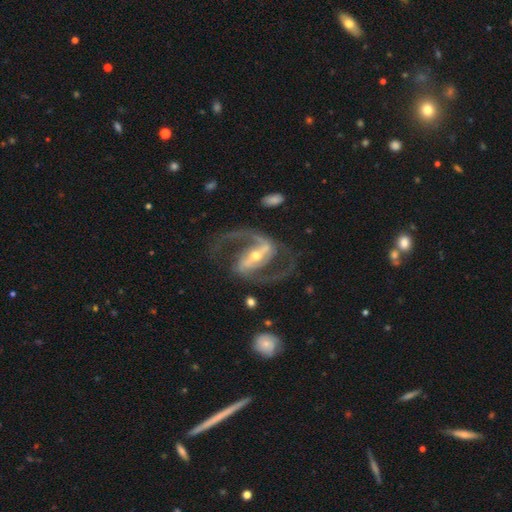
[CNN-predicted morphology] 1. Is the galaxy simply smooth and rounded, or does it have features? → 93% featured or disk, 4% star or artifact, 3% smooth.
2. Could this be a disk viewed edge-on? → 97% no, 3% yes.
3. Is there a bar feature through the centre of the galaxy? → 68% strong, 24% weak, 8% no.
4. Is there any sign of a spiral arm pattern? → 98% yes, 2% no.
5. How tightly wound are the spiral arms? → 61% medium, 27% loose, 11% tight.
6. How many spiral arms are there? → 94% 2, 1% can't tell, 1% 3, 1% 1, 1% 4, 1% more than 4.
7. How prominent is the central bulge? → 48% small, 47% moderate, 3% large, 1% none, 1% dominant.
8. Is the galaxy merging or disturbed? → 76% none, 12% minor disturbance, 10% major disturbance, 2% merger.